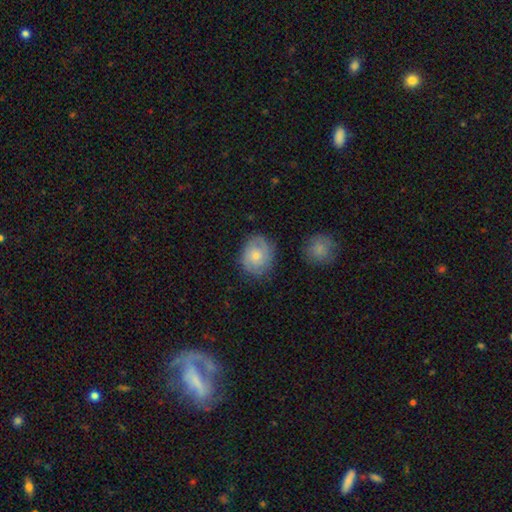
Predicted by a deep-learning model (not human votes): smooth 47%, featured or disk 45%, star or artifact 8%. Down the decision tree: merging — none (77%).